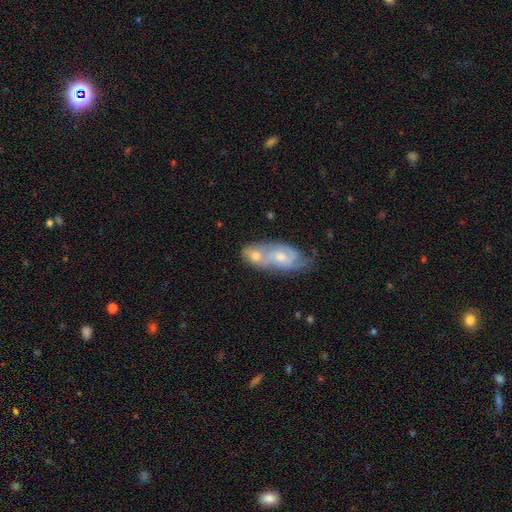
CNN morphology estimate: A featured or disk galaxy (49%).

Vote fractions:
- Smooth or featured? featured or disk: 49% / smooth: 43% / star or artifact: 7%
- Merging? merger: 69% / none: 18% / minor disturbance: 8% / major disturbance: 5%